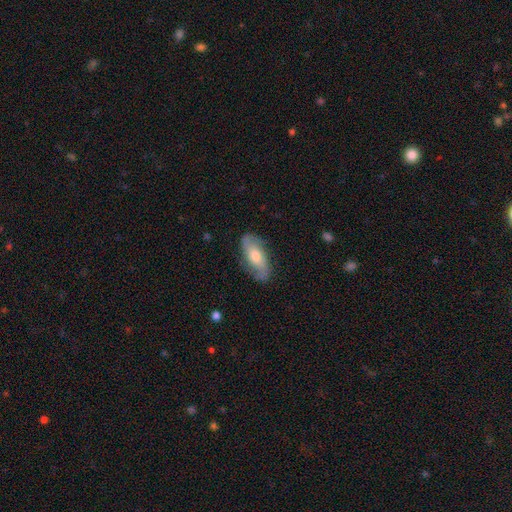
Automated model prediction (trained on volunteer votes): smooth_or_featured: featured or disk (p=0.57) [alt: smooth p=0.37]
disk_edge_on: no (p=0.87) [alt: yes p=0.13]
merging: none (p=0.80) [alt: minor disturbance p=0.15]